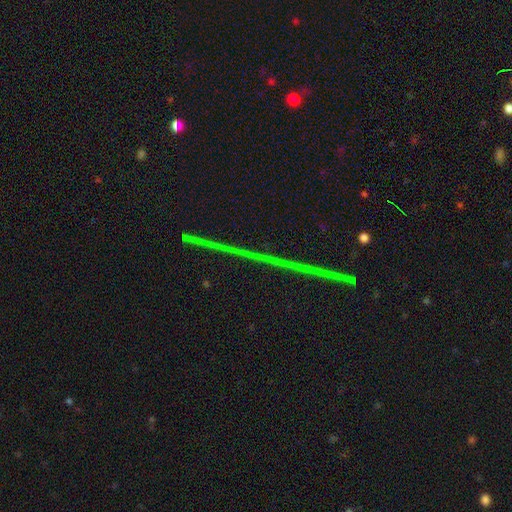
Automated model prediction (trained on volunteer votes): smooth-or-featured: star or artifact: 74% | featured or disk: 17% | smooth: 9%